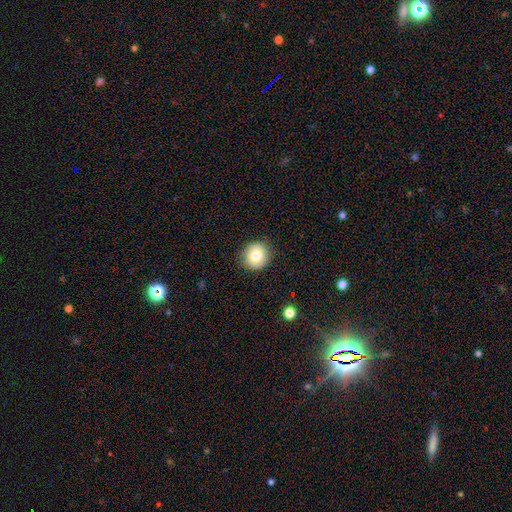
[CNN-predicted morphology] Q: Smooth or featured?
A: smooth (76%); runner-up: featured or disk (15%)
Q: How rounded?
A: round (88%); runner-up: in between (11%)
Q: Merging?
A: none (87%); runner-up: minor disturbance (9%)